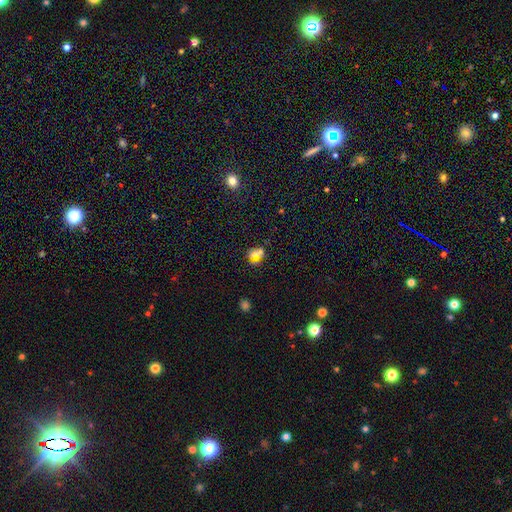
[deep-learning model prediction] Smooth or featured? Predicted: smooth (p=0.60). How rounded? Predicted: round (p=0.66). Merging? Predicted: none (p=0.70).